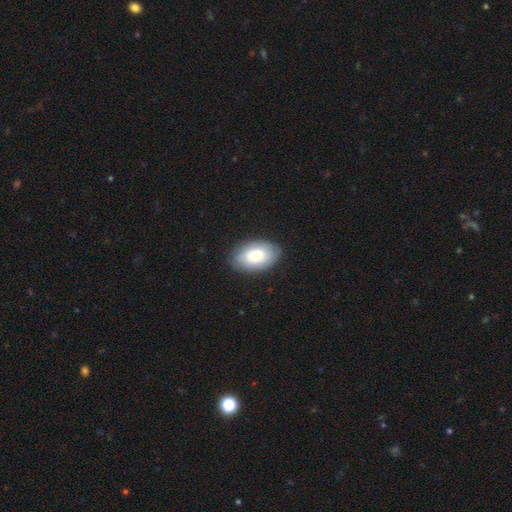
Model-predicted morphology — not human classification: Smooth or featured?
  - smooth: 77% *
  - featured or disk: 16%
  - star or artifact: 6%
How rounded?
  - in between: 91% *
  - round: 7%
  - cigar-shaped: 1%
Merging?
  - none: 84% *
  - minor disturbance: 12%
  - major disturbance: 3%
  - merger: 1%